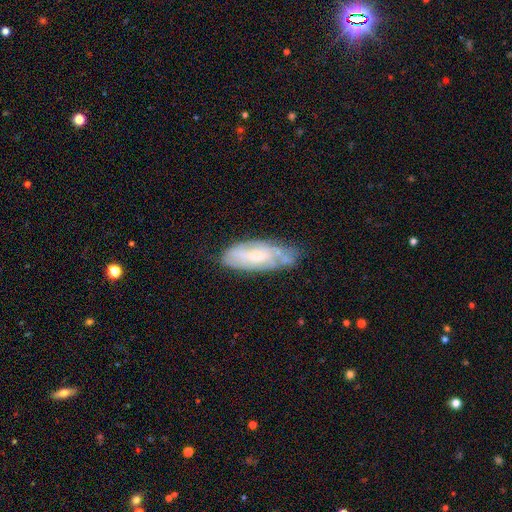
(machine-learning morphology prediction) Q: Smooth or featured?
A: featured or disk (64%); runner-up: smooth (29%)
Q: Edge-on disk?
A: no (87%); runner-up: yes (13%)
Q: Bar?
A: no (62%); runner-up: weak (31%)
Q: Spiral arms?
A: yes (72%); runner-up: no (28%)
Q: Bulge size?
A: small (57%); runner-up: moderate (36%)
Q: Merging?
A: none (60%); runner-up: minor disturbance (28%)